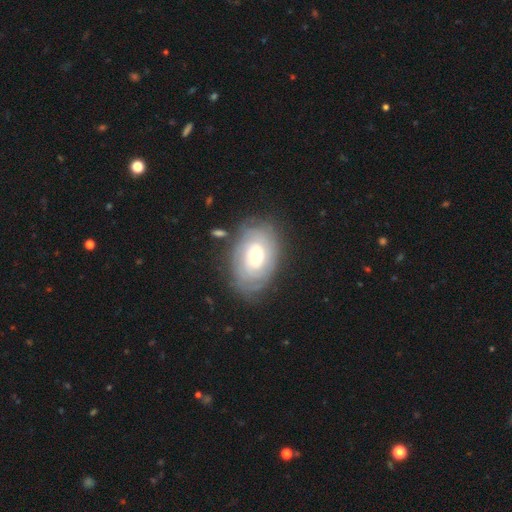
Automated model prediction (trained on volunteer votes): This is likely a featured or disk galaxy (65%). It is clearly not viewed edge-on (95%). Bar: likely no (73%). Spiral arm pattern: likely yes (79%). Central bulge: possibly moderate (56%). Merging: likely none (73%).